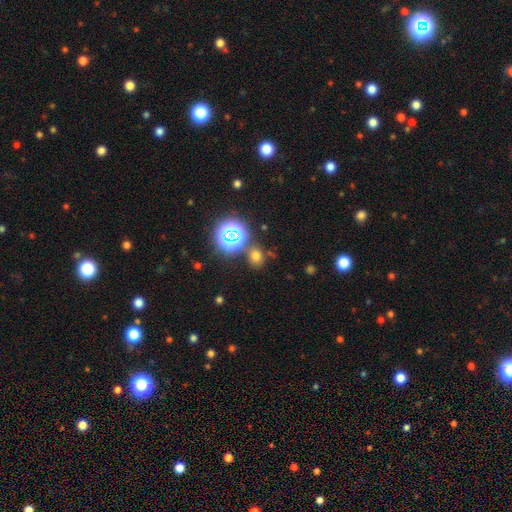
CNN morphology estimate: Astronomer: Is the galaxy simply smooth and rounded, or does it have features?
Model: smooth — 60%.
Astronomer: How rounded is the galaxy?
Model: round — 58% (runner-up: in between, 40%).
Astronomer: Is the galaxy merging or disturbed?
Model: none — 75%.